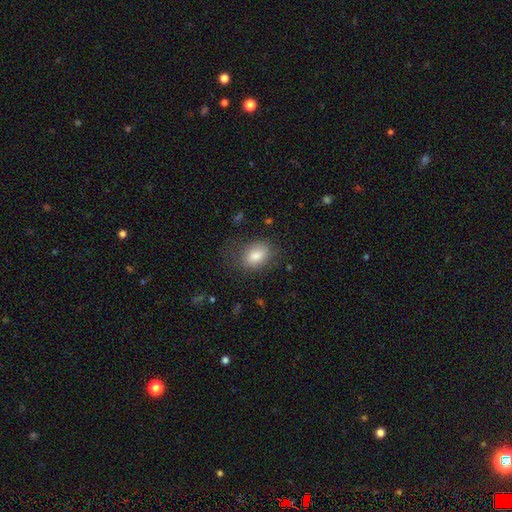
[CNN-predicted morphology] This is clearly a smooth galaxy (81%). How rounded: likely in between (78%). Merging: likely none (70%).